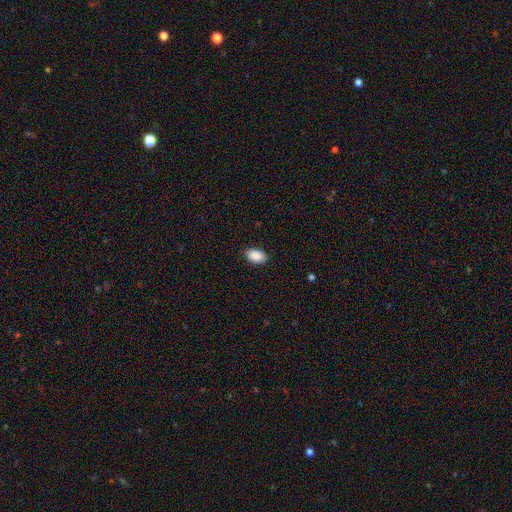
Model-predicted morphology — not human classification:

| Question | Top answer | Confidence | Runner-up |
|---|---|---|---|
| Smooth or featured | smooth | 91% | star or artifact (7%) |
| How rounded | in between | 93% | round (6%) |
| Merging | none | 88% | minor disturbance (9%) |